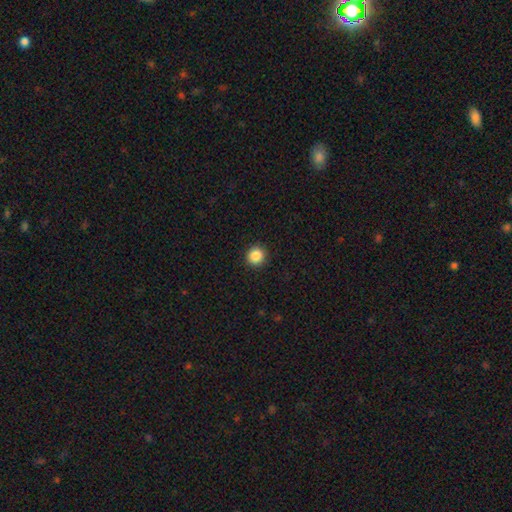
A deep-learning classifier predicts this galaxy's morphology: This appears to be a smooth galaxy with no disk features (87%) that is round (94%). Merging: none (92%).